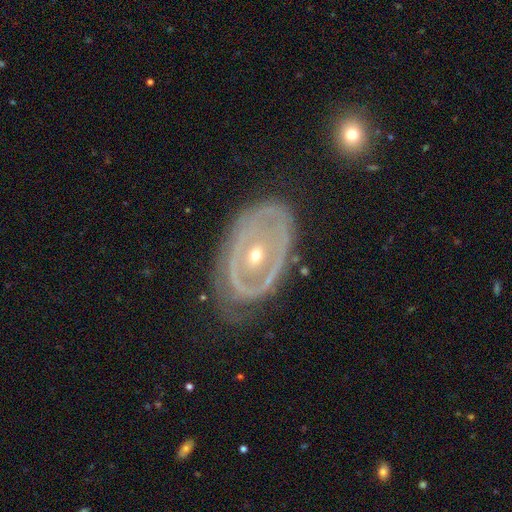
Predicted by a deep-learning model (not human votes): Smooth or featured?
  - featured or disk: 79% *
  - smooth: 15%
  - star or artifact: 6%
Edge-on disk?
  - no: 94% *
  - yes: 6%
Bar?
  - no: 73% *
  - weak: 17%
  - strong: 9%
Spiral arms?
  - yes: 50% * (tied)
  - no: 50% * (tied)
Bulge size?
  - small: 60% *
  - moderate: 37%
  - large: 1%
  - none: 1%
  - dominant: 1%
Merging?
  - none: 56% *
  - minor disturbance: 25%
  - major disturbance: 16%
  - merger: 2%